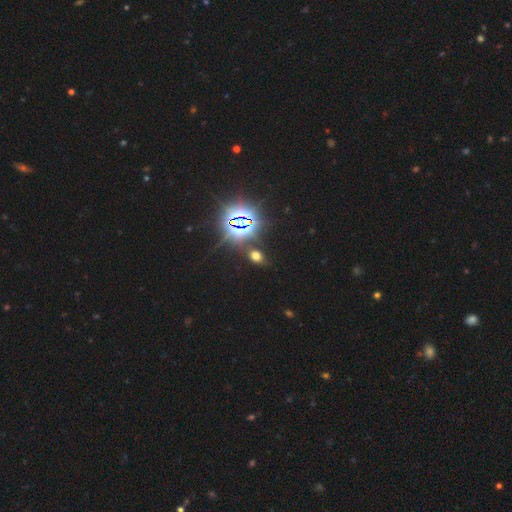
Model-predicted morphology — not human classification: smooth-or-featured: star or artifact: 47% | smooth: 45% | featured or disk: 8%